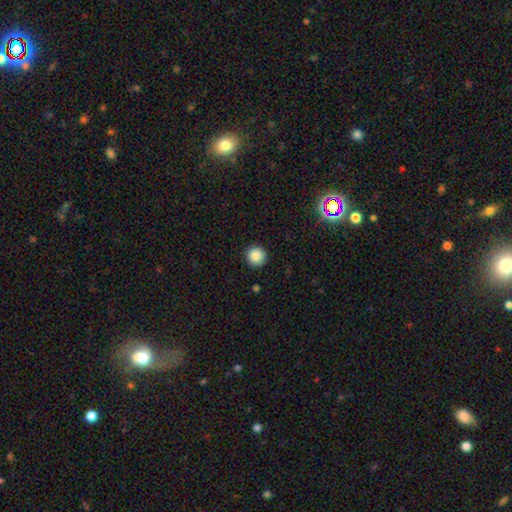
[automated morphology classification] A smooth galaxy with no disk features (87%) that is round (96%).

Vote fractions:
- Smooth or featured? smooth: 87% / star or artifact: 9% / featured or disk: 3%
- How rounded? round: 96% / in between: 3% / cigar-shaped: 1%
- Merging? none: 92% / minor disturbance: 5% / major disturbance: 2% / merger: 1%